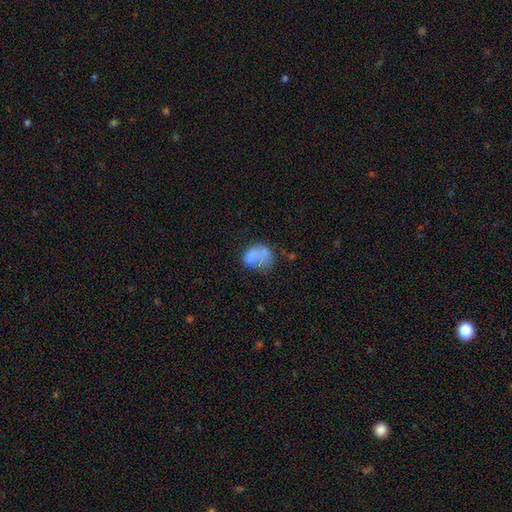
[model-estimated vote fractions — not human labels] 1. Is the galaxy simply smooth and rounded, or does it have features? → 69% smooth, 20% featured or disk, 11% star or artifact.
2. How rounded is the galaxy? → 51% in between, 48% round, 1% cigar-shaped.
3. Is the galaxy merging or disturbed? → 44% none, 27% minor disturbance, 18% major disturbance, 11% merger.